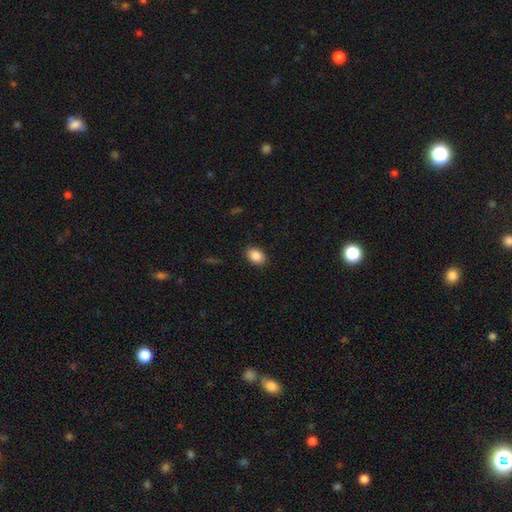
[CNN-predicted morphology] Overall: smooth (88%). How rounded: in between (80%). Merging: none (89%).